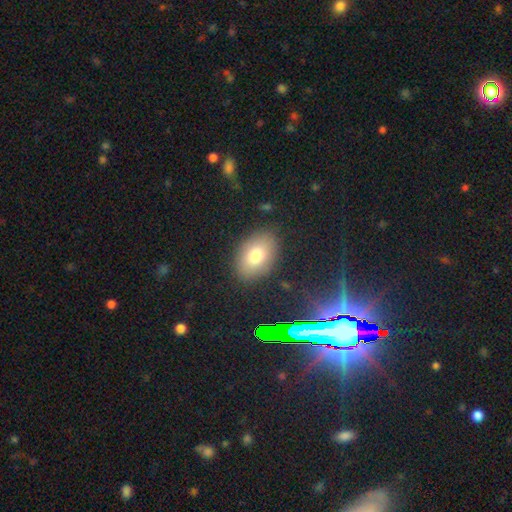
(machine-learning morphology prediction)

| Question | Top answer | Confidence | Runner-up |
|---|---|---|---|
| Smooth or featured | smooth | 76% | featured or disk (12%) |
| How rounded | in between | 85% | round (14%) |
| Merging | none | 85% | minor disturbance (10%) |